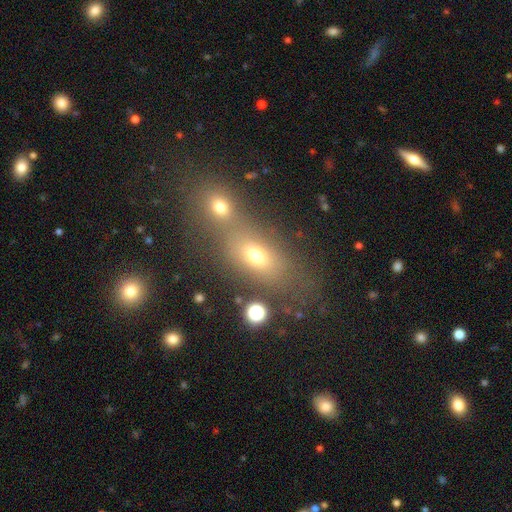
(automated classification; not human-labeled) This is likely a smooth galaxy (66%). How rounded: likely in between (69%). Merging: possibly merger (47%).